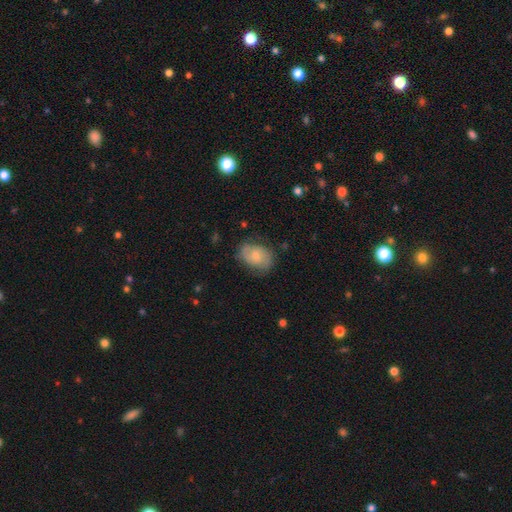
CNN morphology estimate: smooth-or-featured: smooth: 55% | featured or disk: 38% | star or artifact: 7%
  how-rounded: in between: 79% | round: 20% | cigar-shaped: 1%
  merging: none: 71% | minor disturbance: 21% | major disturbance: 6% | merger: 1%